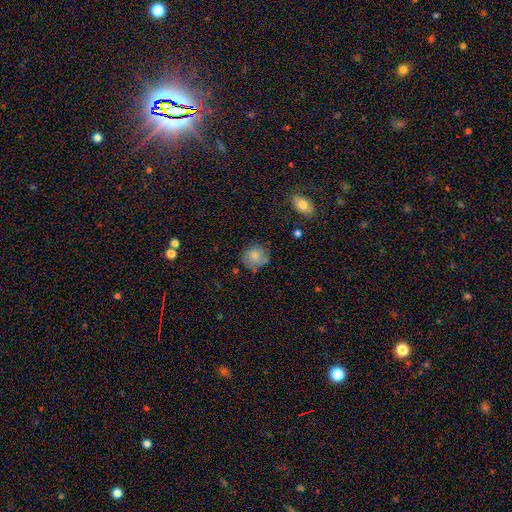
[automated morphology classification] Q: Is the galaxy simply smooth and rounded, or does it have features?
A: smooth — 65%.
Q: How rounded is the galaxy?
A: round — 79%.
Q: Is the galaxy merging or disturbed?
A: none — 71%.